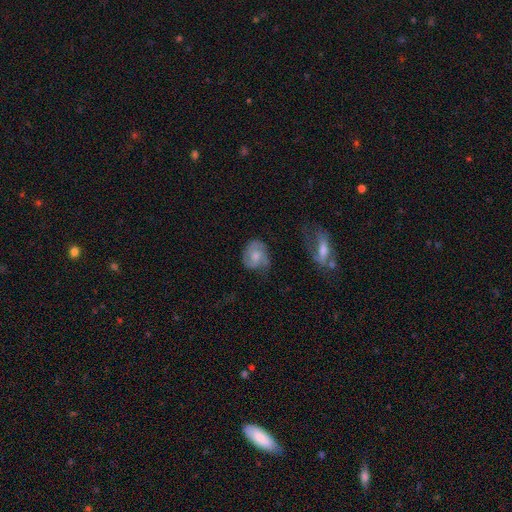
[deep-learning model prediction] Overall: featured or disk (55%; smooth 38%). Edge-on disk: no (97%). Bar: no (69%). Spiral arms: yes (83%). Bulge size: moderate (52%; small 29%). Merging: none (48%; minor disturbance 30%).